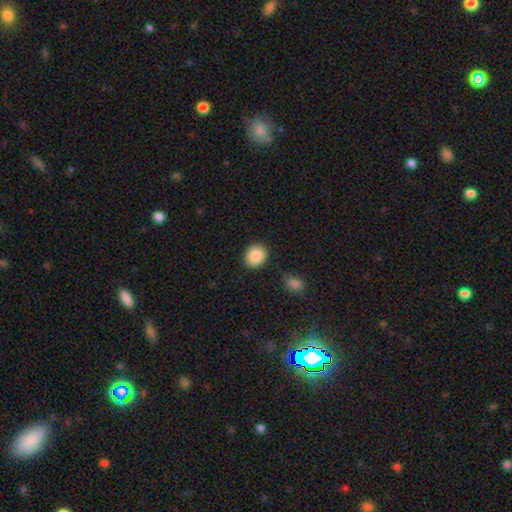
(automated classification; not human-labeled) Smooth or featured? Predicted: smooth (p=0.89). How rounded? Predicted: round (p=0.70). Merging? Predicted: none (p=0.86).